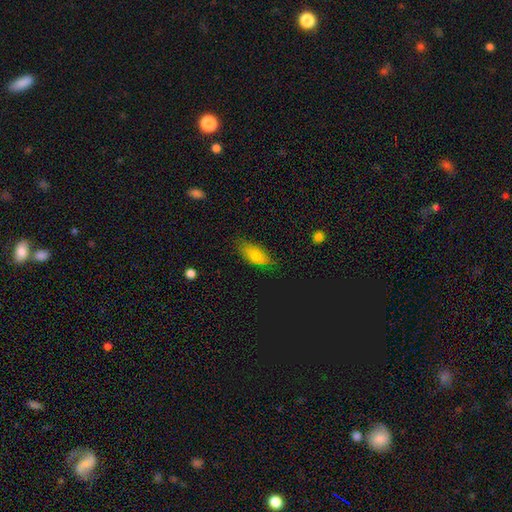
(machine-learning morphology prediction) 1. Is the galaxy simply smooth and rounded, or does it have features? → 70% smooth, 16% star or artifact, 14% featured or disk.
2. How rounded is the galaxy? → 84% in between, 11% cigar-shaped, 5% round.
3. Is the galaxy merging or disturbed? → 72% none, 22% minor disturbance, 4% major disturbance, 1% merger.